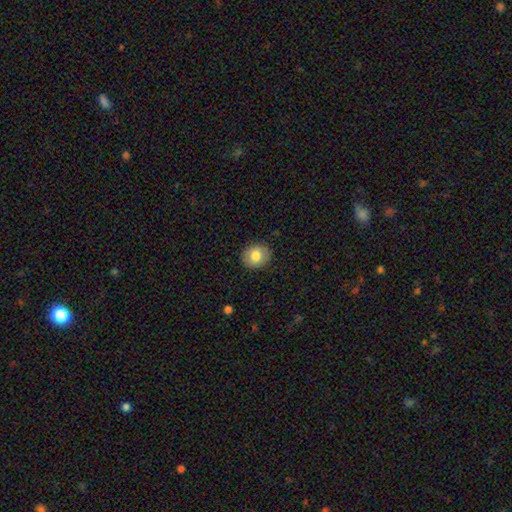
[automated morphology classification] Smooth or featured? Predicted: smooth (p=0.80). How rounded? Predicted: round (p=0.69). Merging? Predicted: none (p=0.89).